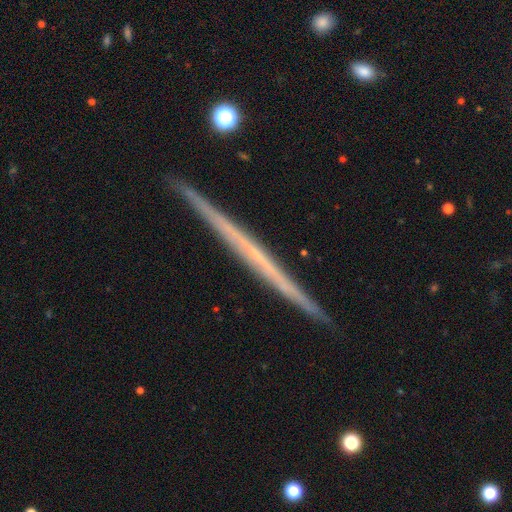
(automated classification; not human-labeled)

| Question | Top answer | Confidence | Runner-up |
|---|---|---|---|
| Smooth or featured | featured or disk | 72% | smooth (23%) |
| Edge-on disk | yes | 98% | no (2%) |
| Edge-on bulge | none | 90% | rounded (7%) |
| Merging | none | 92% | minor disturbance (6%) |